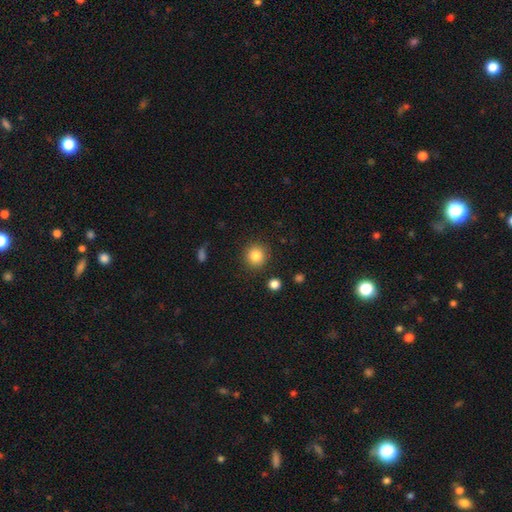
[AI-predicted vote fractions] A smooth galaxy with no disk features (84%) that is round (92%).

Vote fractions:
- Smooth or featured? smooth: 84% / star or artifact: 10% / featured or disk: 6%
- How rounded? round: 92% / in between: 7% / cigar-shaped: 1%
- Merging? none: 89% / minor disturbance: 6% / major disturbance: 2% / merger: 2%